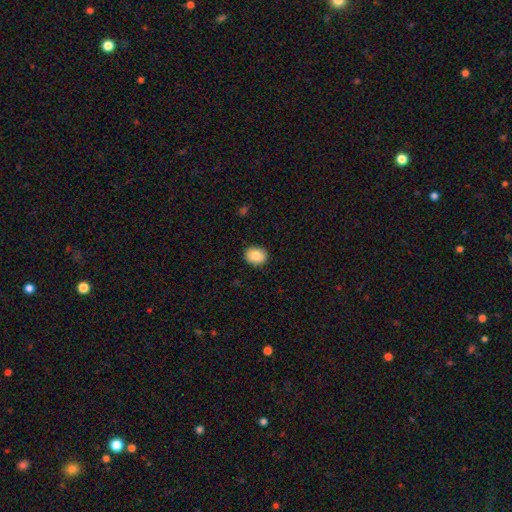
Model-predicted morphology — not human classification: Smooth or featured? Predicted: smooth (p=0.87). How rounded? Predicted: in between (p=0.53). Merging? Predicted: none (p=0.90).